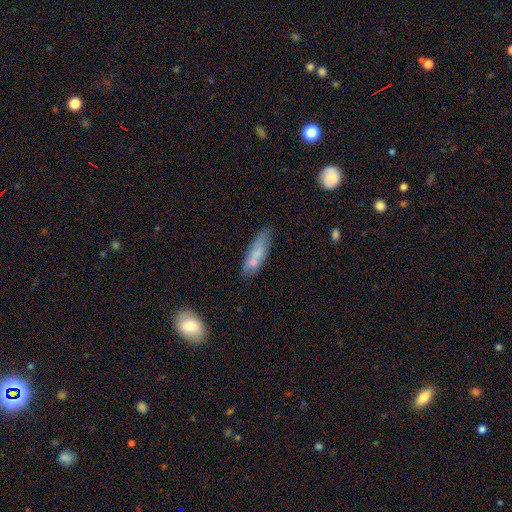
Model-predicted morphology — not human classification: The model was most divided on "how rounded": cigar-shaped: 52%, in between: 45%, round: 3%. More confident: smooth or featured — smooth (72%); merging — none (60%).